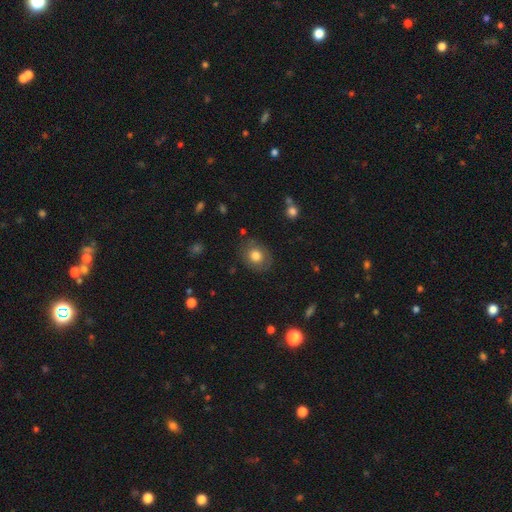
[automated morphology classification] This is likely a smooth galaxy (76%). How rounded: likely round (61%). Merging: likely none (80%).